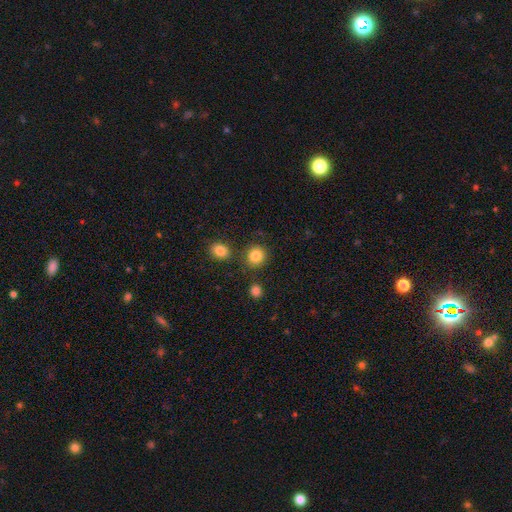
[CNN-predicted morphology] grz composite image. It shows a smooth galaxy with no disk features (84%) that is round (88%). Merging: none (84%).